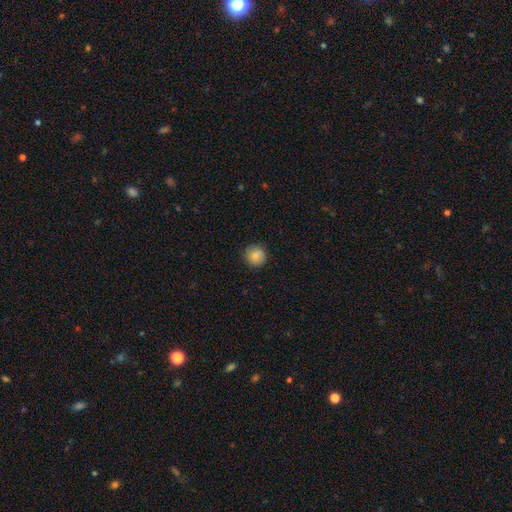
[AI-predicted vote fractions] Smooth or featured: smooth — 84% (star or artifact — 9%)
How rounded: round — 93% (in between — 6%)
Merging: none — 87% (minor disturbance — 10%)